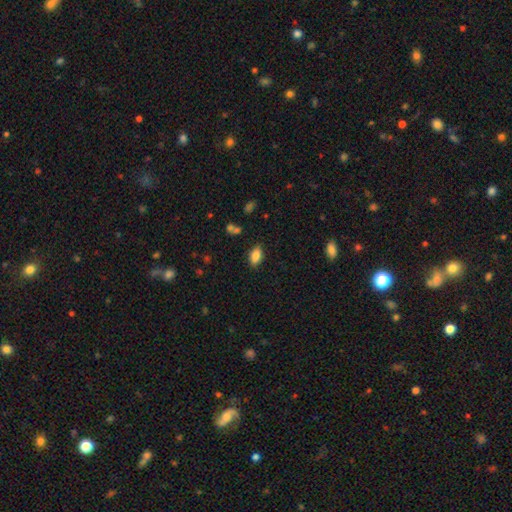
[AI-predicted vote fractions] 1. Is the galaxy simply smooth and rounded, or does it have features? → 83% smooth, 9% star or artifact, 9% featured or disk.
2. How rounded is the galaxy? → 89% in between, 5% round, 5% cigar-shaped.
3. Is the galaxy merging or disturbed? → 83% none, 12% minor disturbance, 3% major disturbance, 2% merger.